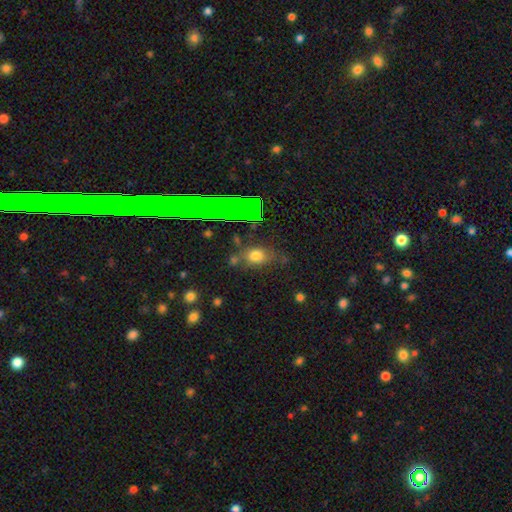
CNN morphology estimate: Overall: smooth (69%). How rounded: in between (56%; round 40%). Merging: none (67%).